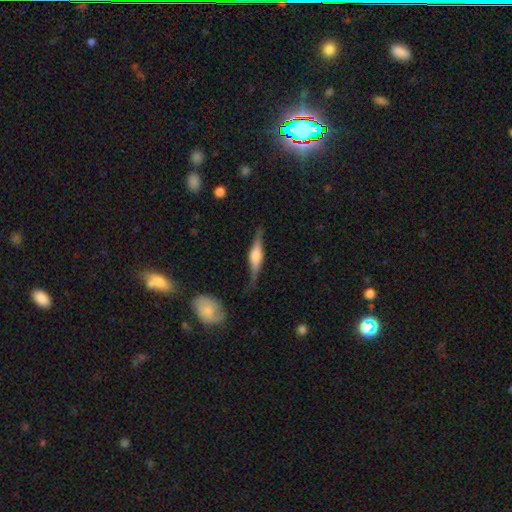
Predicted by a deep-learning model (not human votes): Q: Smooth or featured?
A: featured or disk (70%); runner-up: smooth (24%)
Q: Edge-on disk?
A: yes (96%); runner-up: no (4%)
Q: Edge-on bulge?
A: rounded (75%); runner-up: boxy (21%)
Q: Merging?
A: none (76%); runner-up: minor disturbance (17%)